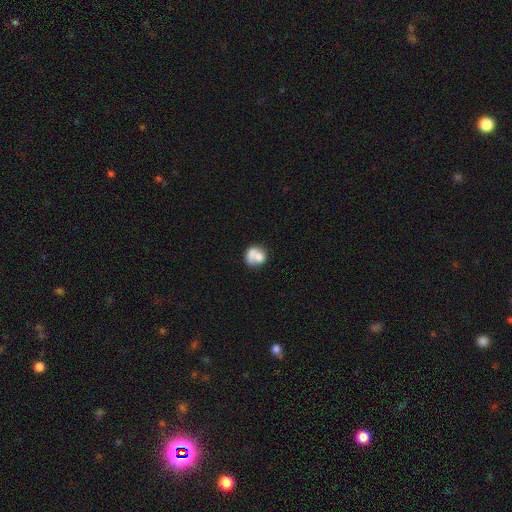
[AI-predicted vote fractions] A smooth galaxy with no disk features (63%) that is round (58%). Merging: merger (54%).